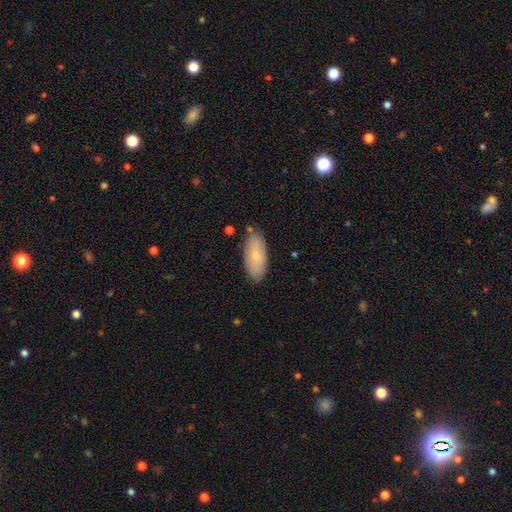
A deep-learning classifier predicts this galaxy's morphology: This is likely a smooth galaxy (72%). How rounded: clearly in between (87%). Merging: clearly none (82%).